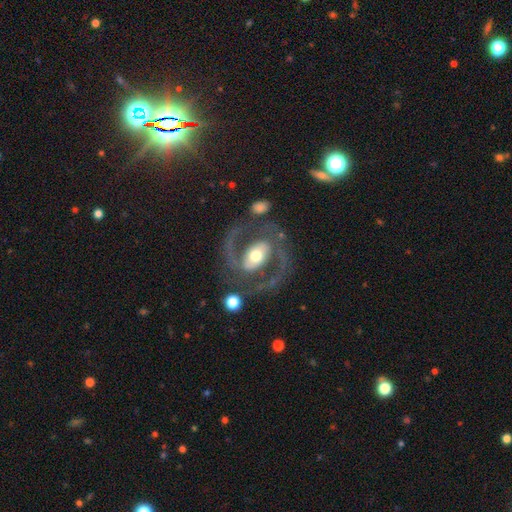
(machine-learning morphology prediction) The model was most divided on "bar": strong: 36%, weak: 34%, no: 30%. More confident: edge-on disk — no (97%); spiral arms — yes (93%); spiral arm count — 2 (93%); smooth or featured — featured or disk (89%); merging — none (73%); bulge size — moderate (68%); spiral winding — medium (61%).